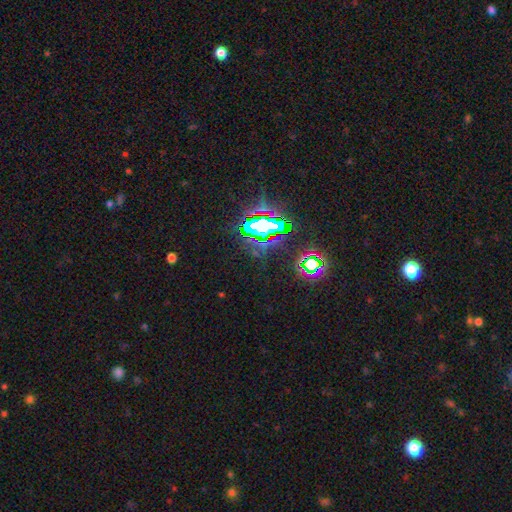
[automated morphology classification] This appears to be a star or artifact, not a galaxy (81%).